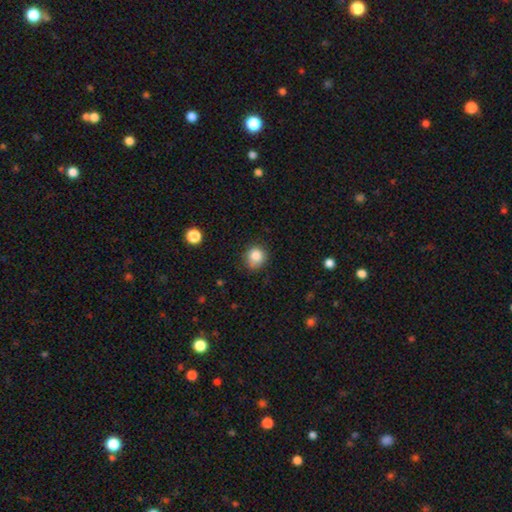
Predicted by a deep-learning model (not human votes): Q: Smooth or featured?
A: smooth (85%); runner-up: star or artifact (10%)
Q: How rounded?
A: round (82%); runner-up: in between (17%)
Q: Merging?
A: none (75%); runner-up: minor disturbance (19%)